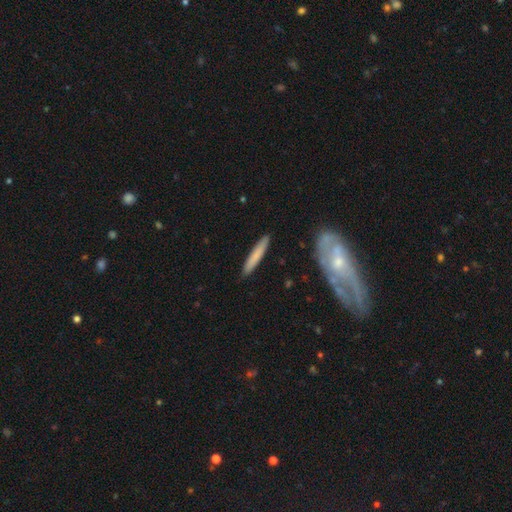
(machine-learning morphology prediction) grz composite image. It shows a smooth galaxy with no disk features (71%) that is cigar-shaped (93%). Merging: none (89%).